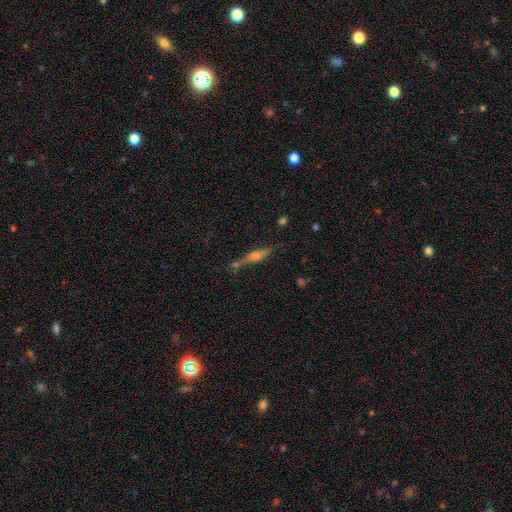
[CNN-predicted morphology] Smooth or featured? Predicted: featured or disk (p=0.63). Edge-on disk? Predicted: yes (p=0.94). Edge-on bulge? Predicted: rounded (p=0.73). Merging? Predicted: none (p=0.68).